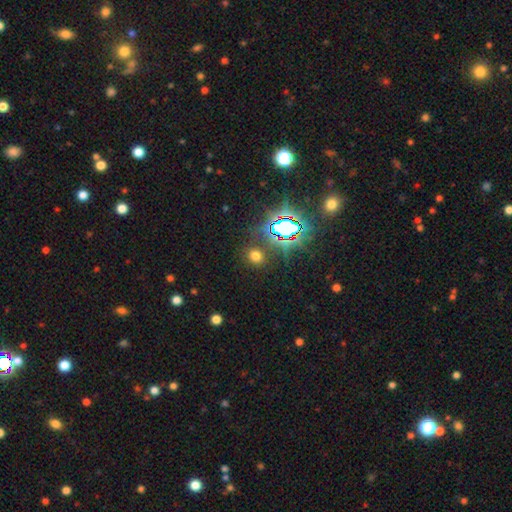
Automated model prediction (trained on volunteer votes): This appears to be a smooth galaxy with no disk features (59%) that is round (78%). Merging: none (84%).